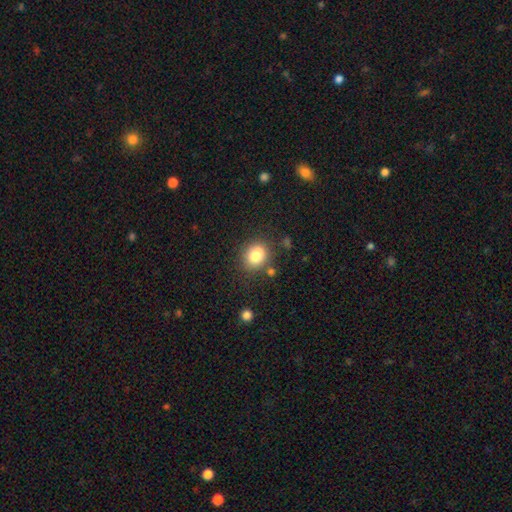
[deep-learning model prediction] Overall: smooth (81%). How rounded: round (70%). Merging: none (80%).